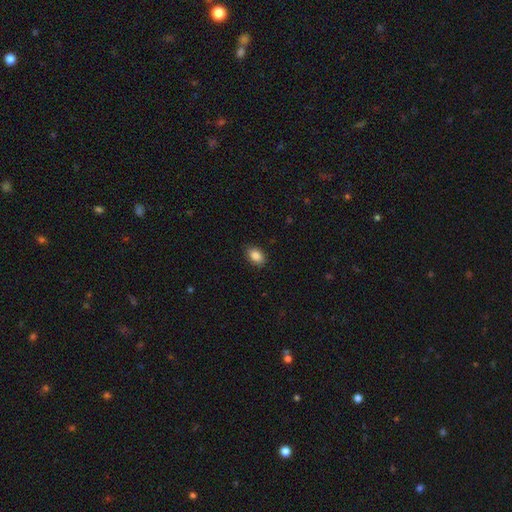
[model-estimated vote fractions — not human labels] A smooth galaxy with no disk features (87%) that is in between round and cigar-shaped (86%). Merging: none (88%).